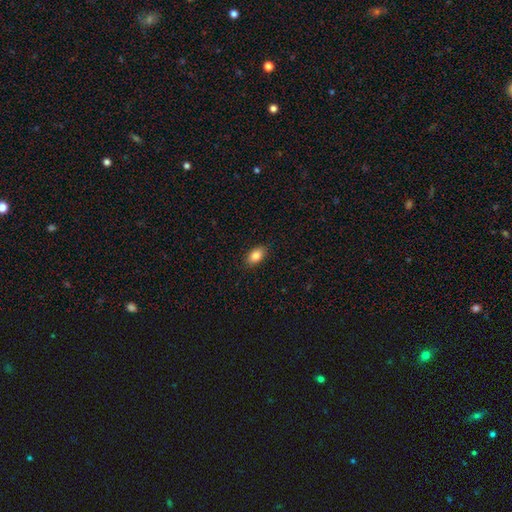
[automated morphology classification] A smooth galaxy with no disk features (86%) that is in between round and cigar-shaped (90%). Merging: none (88%).